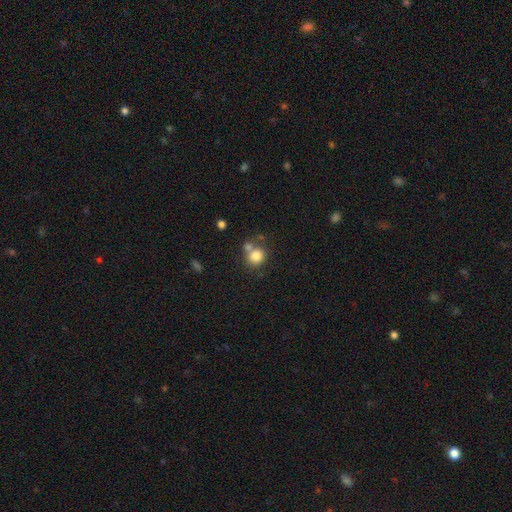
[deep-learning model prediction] A smooth galaxy with no disk features (81%) that is round (84%). Merging: none (55%).